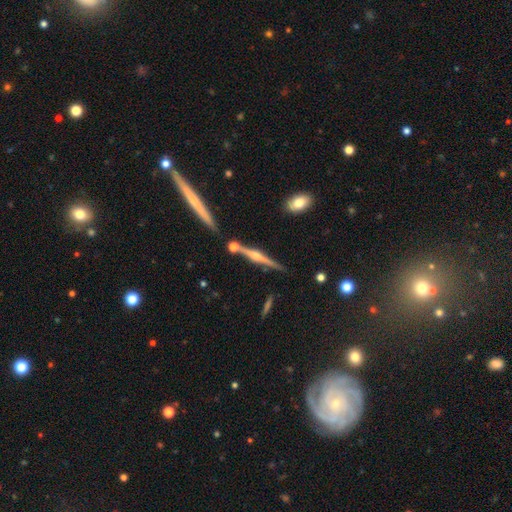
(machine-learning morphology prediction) featured or disk 79%, smooth 15%, star or artifact 6%. Down the decision tree: edge-on disk — yes (98%); edge-on bulge — rounded (83%); merging — none (82%).